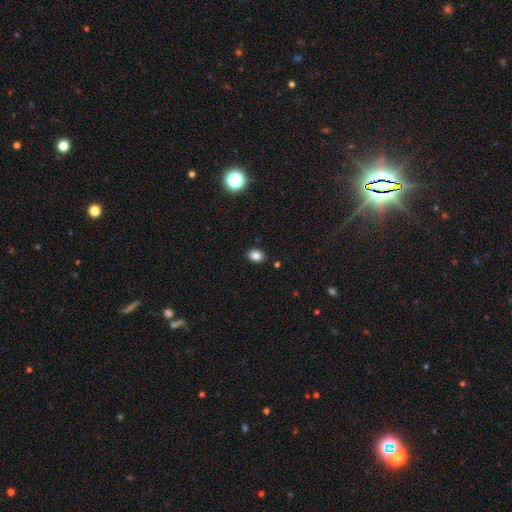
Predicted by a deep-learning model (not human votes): A smooth galaxy with no disk features (83%) that is in between round and cigar-shaped (61%).

Vote fractions:
- Smooth or featured? smooth: 83% / star or artifact: 12% / featured or disk: 5%
- How rounded? in between: 61% / round: 38% / cigar-shaped: 1%
- Merging? none: 88% / minor disturbance: 8% / major disturbance: 2% / merger: 2%